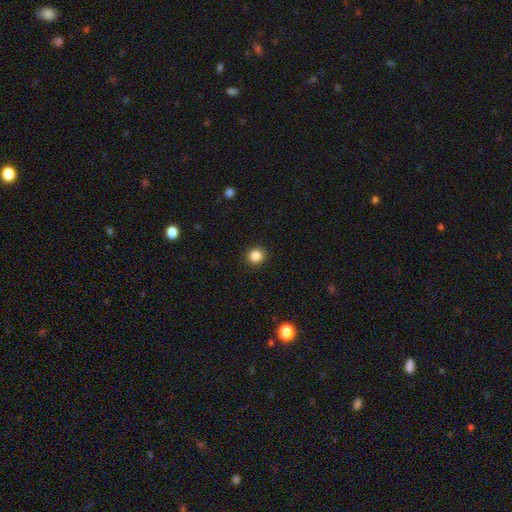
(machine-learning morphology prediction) smooth-or-featured: smooth: 85% | star or artifact: 11% | featured or disk: 4%
  how-rounded: round: 91% | in between: 8% | cigar-shaped: 1%
  merging: none: 92% | minor disturbance: 5% | major disturbance: 2% | merger: 1%